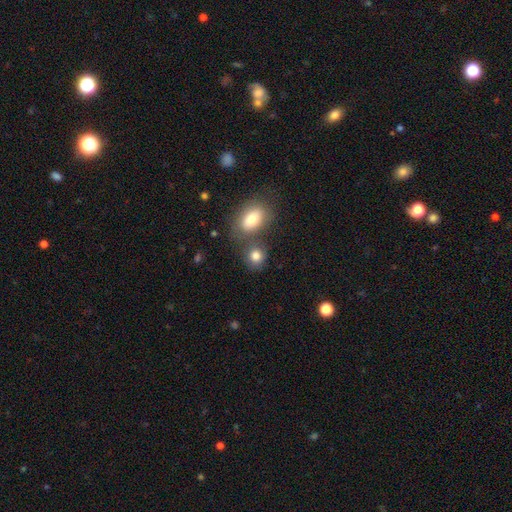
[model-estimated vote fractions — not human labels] Smooth or featured: smooth — 82% (star or artifact — 10%)
How rounded: round — 62% (in between — 37%)
Merging: none — 57% (merger — 28%)